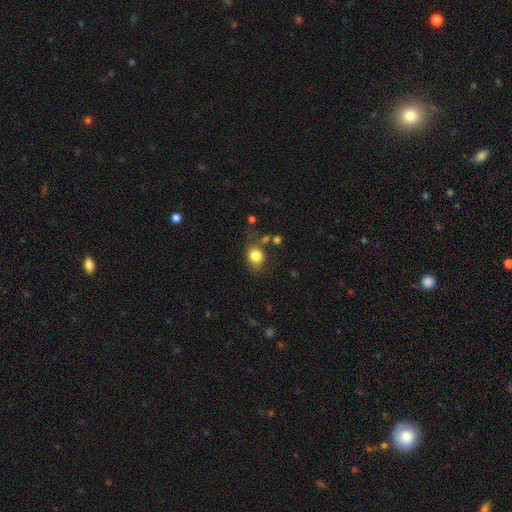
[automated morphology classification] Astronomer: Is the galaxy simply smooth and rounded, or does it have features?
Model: smooth — 82%.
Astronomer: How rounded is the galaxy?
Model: round — 59% (runner-up: in between, 40%).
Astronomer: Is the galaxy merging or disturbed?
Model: none — 65%.